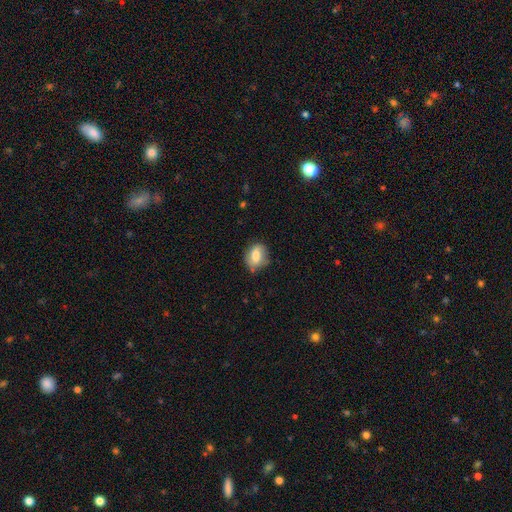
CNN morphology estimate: This is likely a smooth galaxy (71%). How rounded: possibly round (50%). Merging: likely none (70%).